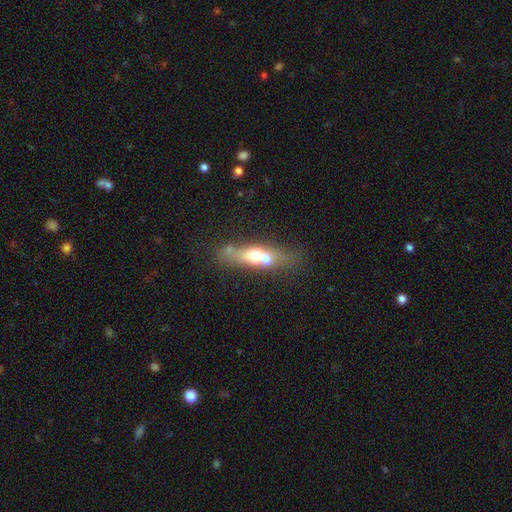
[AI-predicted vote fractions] The model was most divided on "smooth or featured": smooth: 50%, featured or disk: 41%, star or artifact: 10%. More confident: merging — merger (53%).